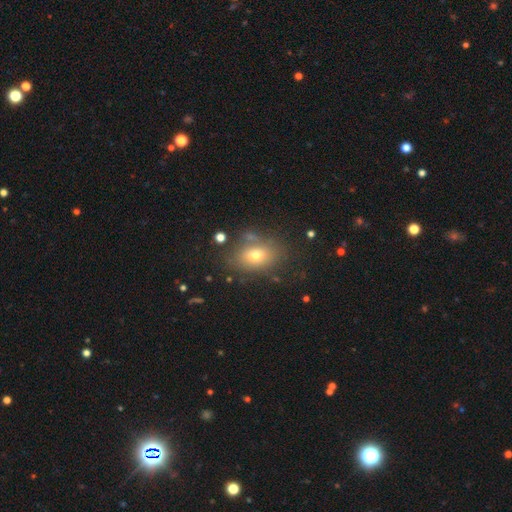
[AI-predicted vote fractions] Morphology: type=smooth (67%); roundness=in between (70%); merging=none (70%).